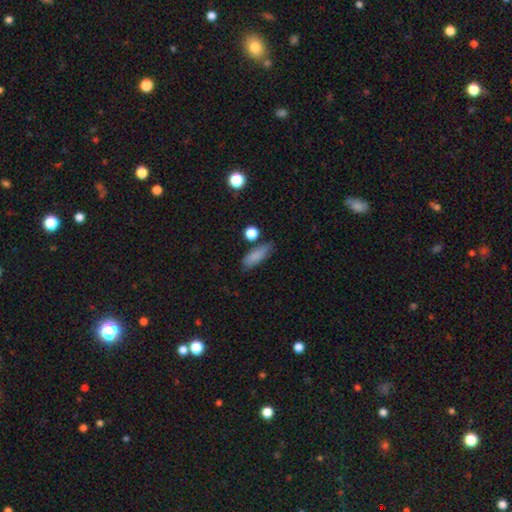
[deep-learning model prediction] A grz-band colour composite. It shows a smooth galaxy with no disk features (82%) that is in between round and cigar-shaped (56%). Merging: none (72%).